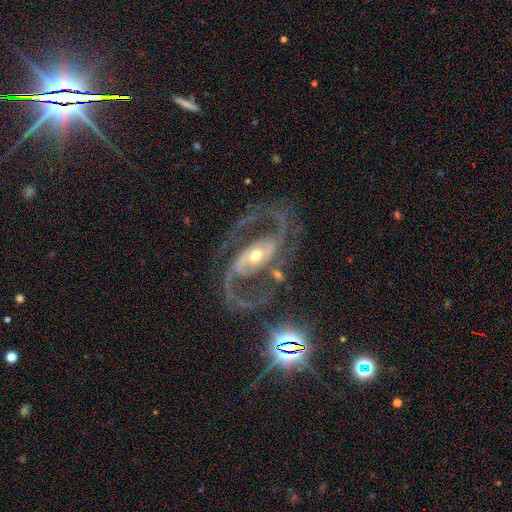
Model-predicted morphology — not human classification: Smooth or featured? Predicted: featured or disk (p=0.91). Edge-on disk? Predicted: no (p=0.97). Bar? Predicted: strong (p=0.38). Spiral arms? Predicted: yes (p=0.97). Spiral winding? Predicted: medium (p=0.59). Spiral arm count? Predicted: 2 (p=0.87). Bulge size? Predicted: moderate (p=0.59). Merging? Predicted: none (p=0.67).